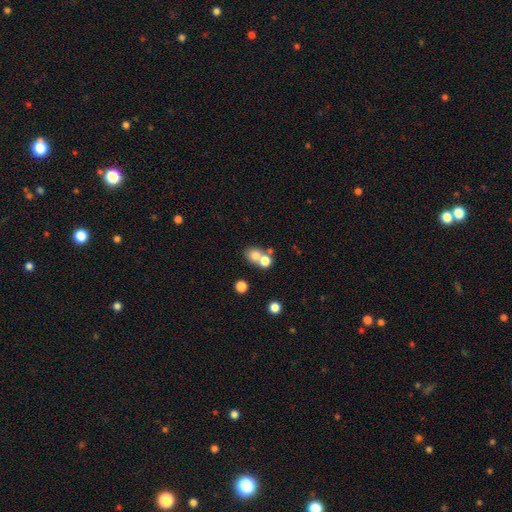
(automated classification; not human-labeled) Morphology: type=smooth (75%); roundness=round (68%); merging=merger (49%).